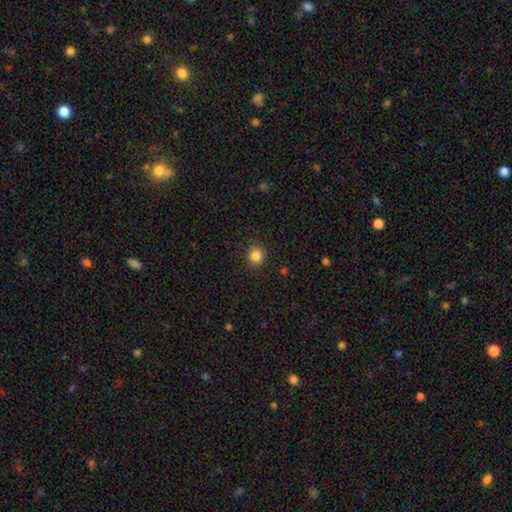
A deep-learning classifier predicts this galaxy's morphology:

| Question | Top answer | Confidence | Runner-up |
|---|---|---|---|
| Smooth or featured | smooth | 85% | star or artifact (11%) |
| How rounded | round | 87% | in between (12%) |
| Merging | none | 88% | minor disturbance (9%) |